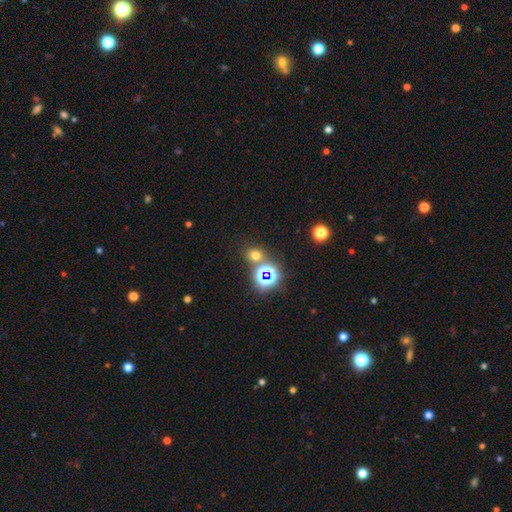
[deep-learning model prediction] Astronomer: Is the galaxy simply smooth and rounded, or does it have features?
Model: smooth — 59% (runner-up: star or artifact, 34%).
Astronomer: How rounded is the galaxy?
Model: round — 74%.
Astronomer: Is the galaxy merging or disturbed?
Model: none — 73%.